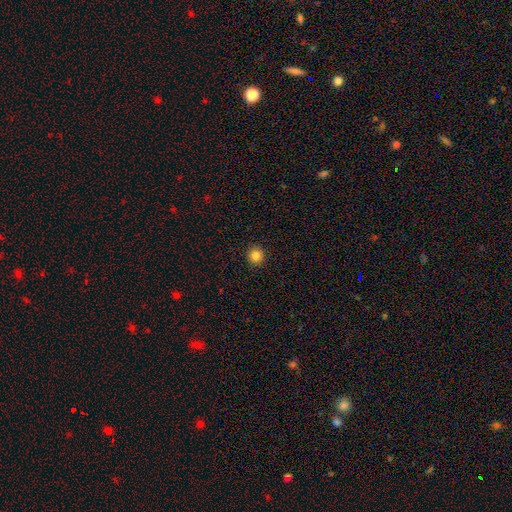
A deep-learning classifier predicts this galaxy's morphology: Smooth or featured? smooth (84%)
How rounded? round (94%)
Merging? none (93%)